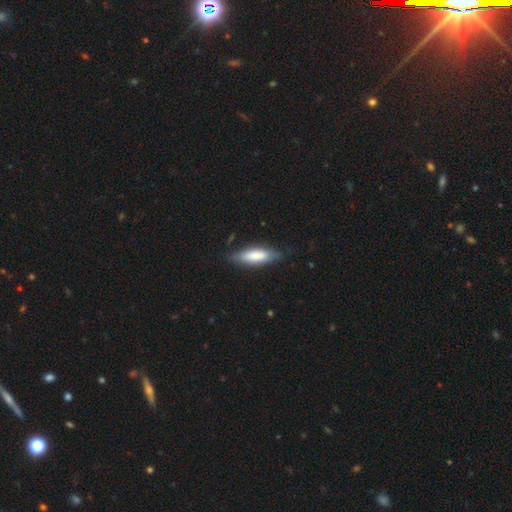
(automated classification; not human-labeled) Overall: smooth (72%). How rounded: cigar-shaped (50%; in between 48%). Merging: none (77%).